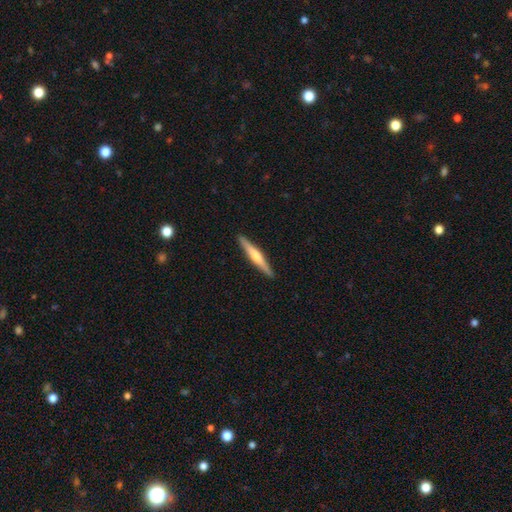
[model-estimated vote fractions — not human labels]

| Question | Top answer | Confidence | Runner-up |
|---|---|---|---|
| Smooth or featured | featured or disk | 60% | smooth (35%) |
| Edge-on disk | yes | 97% | no (3%) |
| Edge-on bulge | rounded | 81% | none (11%) |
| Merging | none | 92% | minor disturbance (6%) |